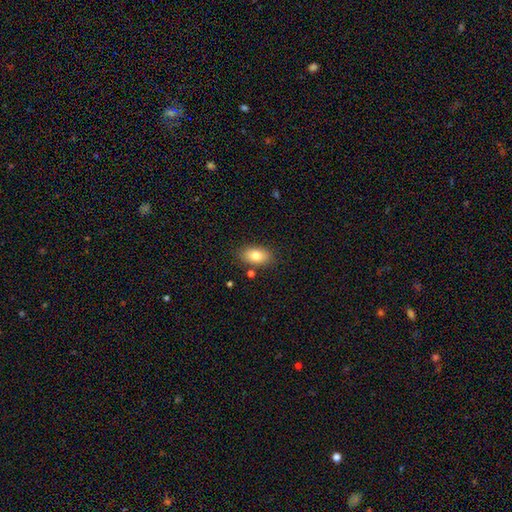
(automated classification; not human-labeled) A smooth galaxy with no disk features (80%) that is in between round and cigar-shaped (90%). Merging: none (83%).